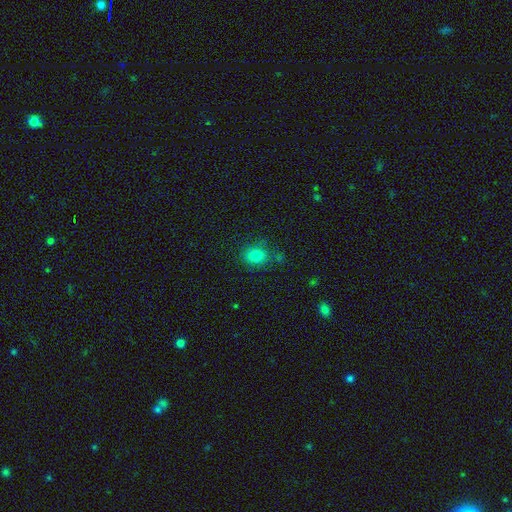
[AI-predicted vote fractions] smooth_or_featured: smooth (p=0.80) [alt: star or artifact p=0.13]
how_rounded: round (p=0.63) [alt: in between p=0.36]
merging: none (p=0.77) [alt: minor disturbance p=0.13]